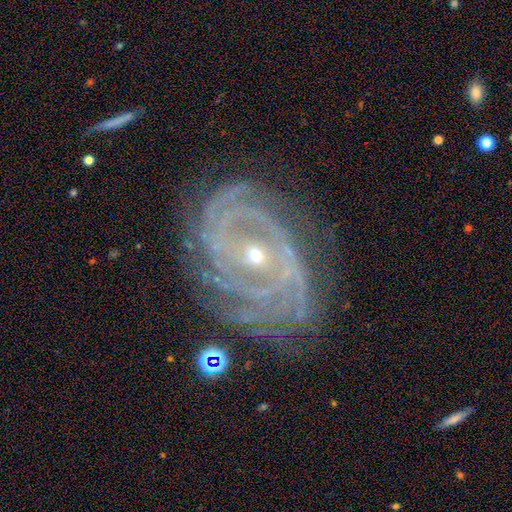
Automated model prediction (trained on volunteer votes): smooth_or_featured: featured or disk (p=0.89) [alt: star or artifact p=0.06]
disk_edge_on: no (p=0.97) [alt: yes p=0.03]
bar: no (p=0.51) [alt: weak p=0.31]
has_spiral_arms: yes (p=0.97) [alt: no p=0.03]
spiral_winding: tight (p=0.73) [alt: medium p=0.22]
spiral_arm_count: can't tell (p=0.23) [alt: 3 p=0.20]
bulge_size: small (p=0.72) [alt: moderate p=0.25]
merging: none (p=0.68) [alt: minor disturbance p=0.20]